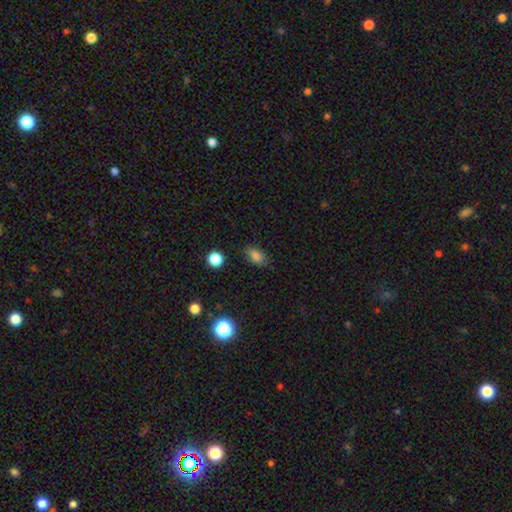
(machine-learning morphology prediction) The model was most divided on "merging": none: 80%, minor disturbance: 15%, major disturbance: 3%, merger: 2%. More confident: how rounded — in between (84%); smooth or featured — smooth (81%).